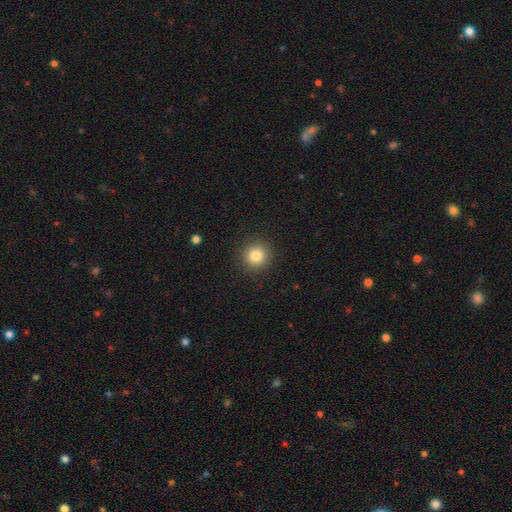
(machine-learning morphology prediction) The model was most divided on "smooth or featured": smooth: 82%, star or artifact: 11%, featured or disk: 6%. More confident: how rounded — round (93%); merging — none (91%).